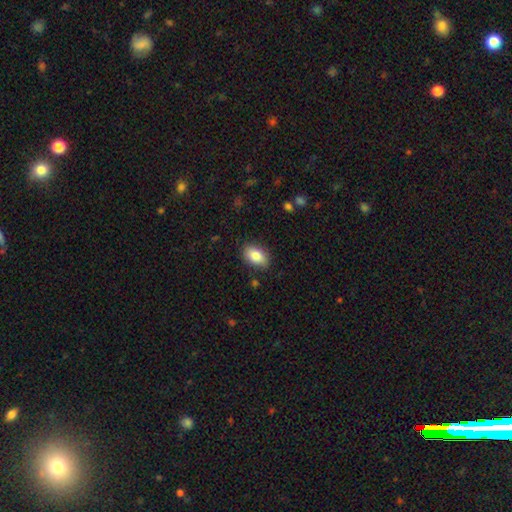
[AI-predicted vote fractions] Q: Smooth or featured?
A: smooth (83%); runner-up: featured or disk (9%)
Q: How rounded?
A: in between (89%); runner-up: round (9%)
Q: Merging?
A: none (86%); runner-up: minor disturbance (11%)